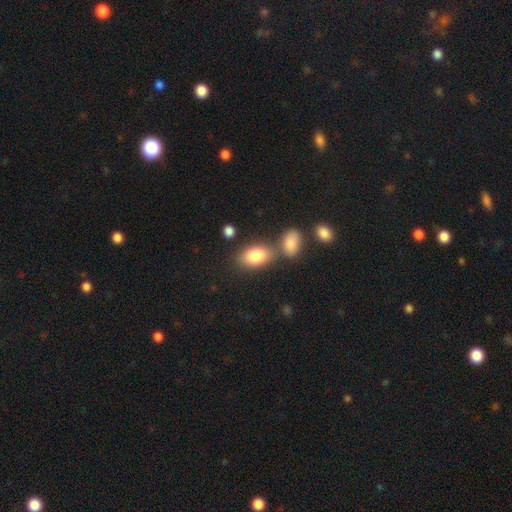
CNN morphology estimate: Smooth or featured?
  - smooth: 84% *
  - featured or disk: 9%
  - star or artifact: 7%
How rounded?
  - in between: 90% *
  - round: 8%
  - cigar-shaped: 2%
Merging?
  - none: 59% *
  - merger: 25%
  - minor disturbance: 12%
  - major disturbance: 4%